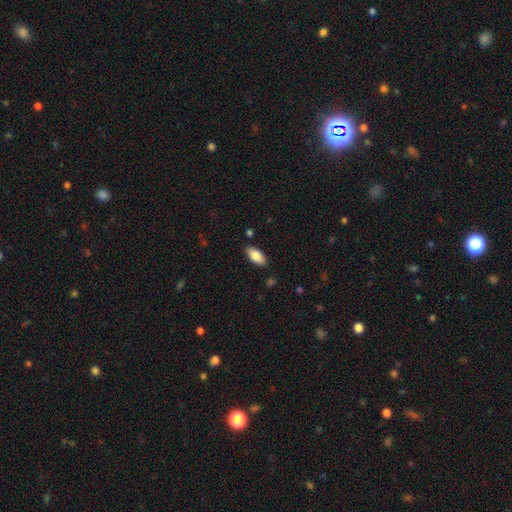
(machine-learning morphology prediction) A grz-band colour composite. It shows a smooth galaxy with no disk features (84%) that is in between round and cigar-shaped (90%). Merging: none (86%).